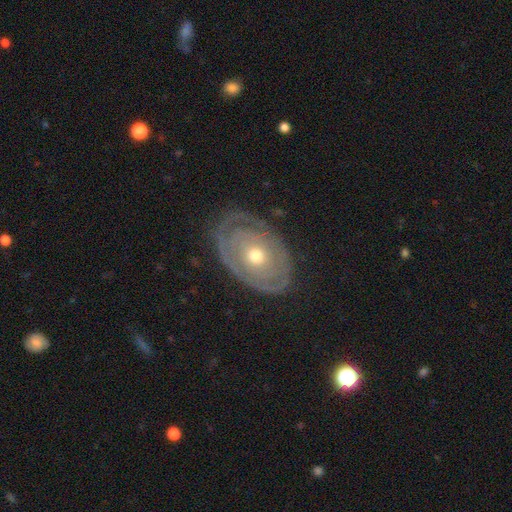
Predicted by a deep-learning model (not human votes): This appears to be a featured or disk galaxy (73%) with no bar (87%), spiral arms (63%) and a moderate central bulge (57%). Merging: none (73%).